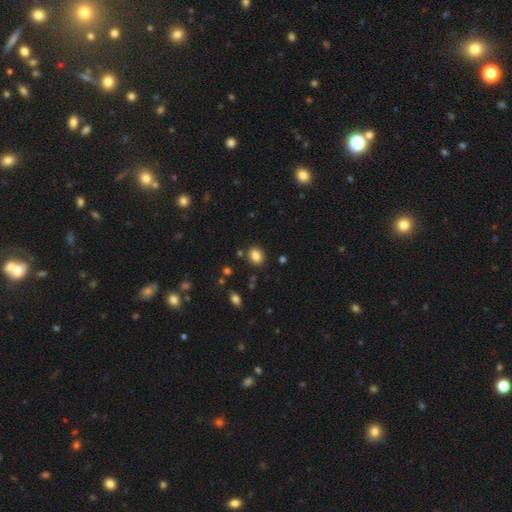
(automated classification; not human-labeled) Smooth or featured: smooth — 84% (star or artifact — 10%)
How rounded: in between — 52% (round — 47%)
Merging: none — 85% (minor disturbance — 9%)